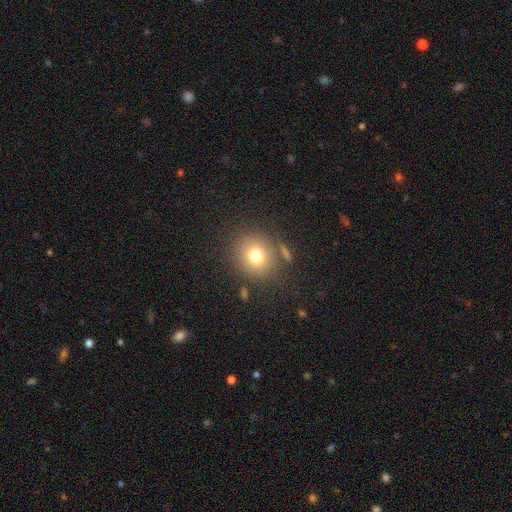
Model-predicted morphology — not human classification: smooth_or_featured: smooth (p=0.75) [alt: star or artifact p=0.14]
how_rounded: round (p=0.84) [alt: in between p=0.15]
merging: none (p=0.80) [alt: minor disturbance p=0.10]